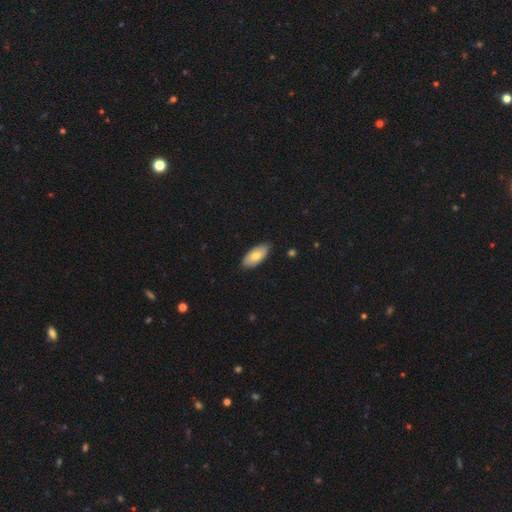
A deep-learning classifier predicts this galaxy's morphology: smooth 71%, featured or disk 24%, star or artifact 6%. Down the decision tree: how rounded — in between (93%); merging — none (87%).